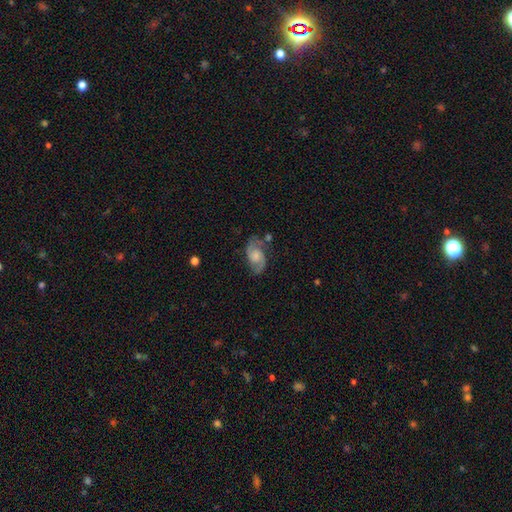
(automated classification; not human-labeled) smooth-or-featured: featured or disk: 82% | smooth: 12% | star or artifact: 6%
  disk-edge-on: no: 97% | yes: 3%
    bar: no: 60% | weak: 34% | strong: 6%
    has-spiral-arms: yes: 96% | no: 4%
      spiral-winding: medium: 54% | loose: 24% | tight: 22%
      spiral-arm-count: 2: 91% | can't tell: 3% | 1: 2% | 3: 1% | 4: 1% | more than 4: 1%
    bulge-size: small: 35% | moderate: 33% | none: 21% | large: 9% | dominant: 2%
  merging: none: 70% | minor disturbance: 18% | major disturbance: 8% | merger: 4%